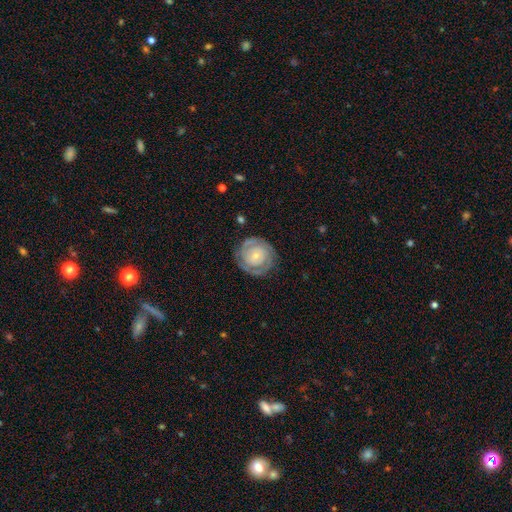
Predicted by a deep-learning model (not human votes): A featured or disk galaxy (80%) with no bar (74%), 2 (54%) tight (77%) spiral arms (93%) and a small central bulge (73%).

Vote fractions:
- Smooth or featured? featured or disk: 80% / smooth: 15% / star or artifact: 5%
- Edge-on disk? no: 98% / yes: 2%
- Bar? no: 74% / weak: 20% / strong: 6%
- Spiral arms? yes: 93% / no: 7%
- Spiral winding? tight: 77% / medium: 19% / loose: 4%
- Spiral arm count? 2: 54% / can't tell: 20% / 3: 13% / 1: 5% / 4: 4% / more than 4: 3%
- Bulge size? small: 73% / moderate: 21% / none: 3% / large: 2% / dominant: 1%
- Merging? none: 80% / minor disturbance: 13% / major disturbance: 5% / merger: 1%